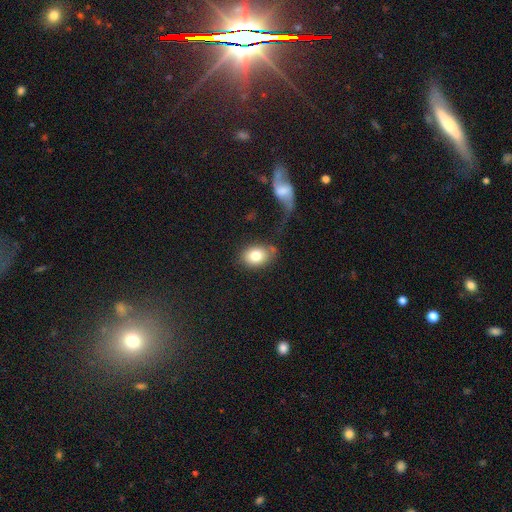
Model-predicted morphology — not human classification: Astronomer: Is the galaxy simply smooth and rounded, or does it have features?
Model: smooth — 80%.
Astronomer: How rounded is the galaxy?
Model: in between — 70%.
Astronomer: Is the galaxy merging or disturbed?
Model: none — 63%.